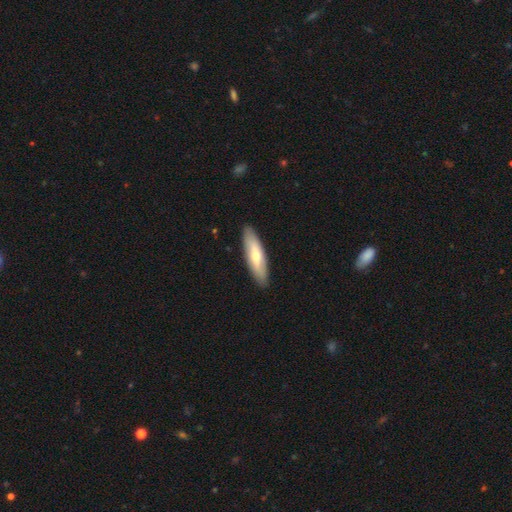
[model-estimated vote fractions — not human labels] This is possibly a smooth galaxy (56%). How rounded: likely cigar-shaped (62%). Merging: clearly none (88%).